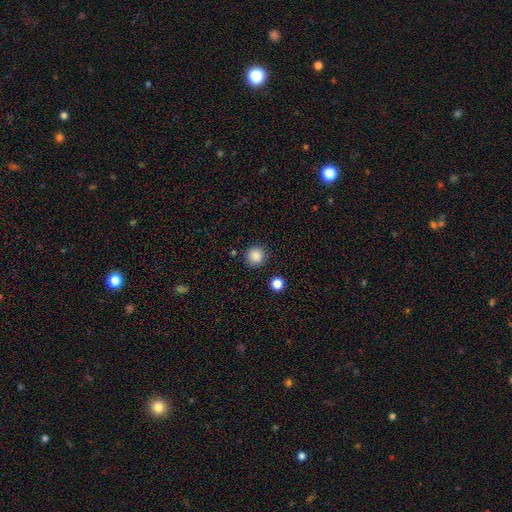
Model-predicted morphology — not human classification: This is clearly a smooth galaxy (87%). How rounded: clearly round (95%). Merging: clearly none (89%).